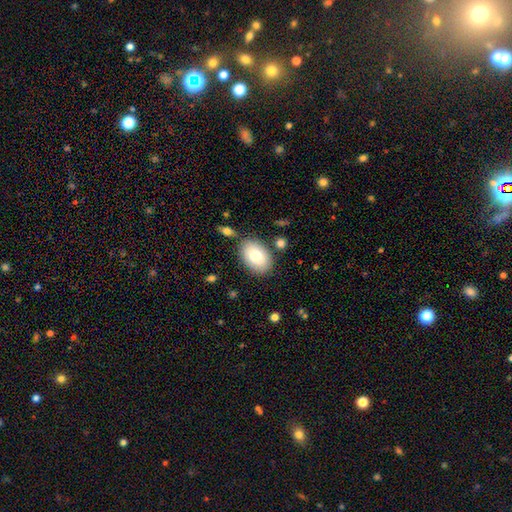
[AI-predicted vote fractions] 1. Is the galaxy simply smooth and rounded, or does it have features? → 77% smooth, 16% featured or disk, 7% star or artifact.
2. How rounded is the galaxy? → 87% in between, 12% round, 1% cigar-shaped.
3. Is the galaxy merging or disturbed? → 80% none, 12% minor disturbance, 5% merger, 3% major disturbance.